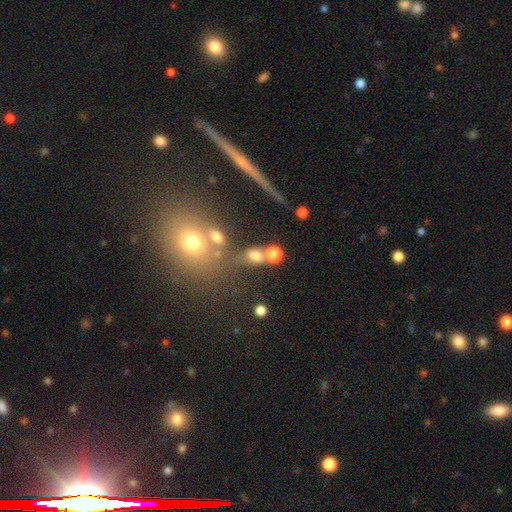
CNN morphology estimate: A smooth galaxy with no disk features (70%) that is round (53%).

Vote fractions:
- Smooth or featured? smooth: 70% / star or artifact: 16% / featured or disk: 14%
- How rounded? round: 53% / in between: 43% / cigar-shaped: 5%
- Merging? none: 42% / merger: 37% / minor disturbance: 12% / major disturbance: 10%